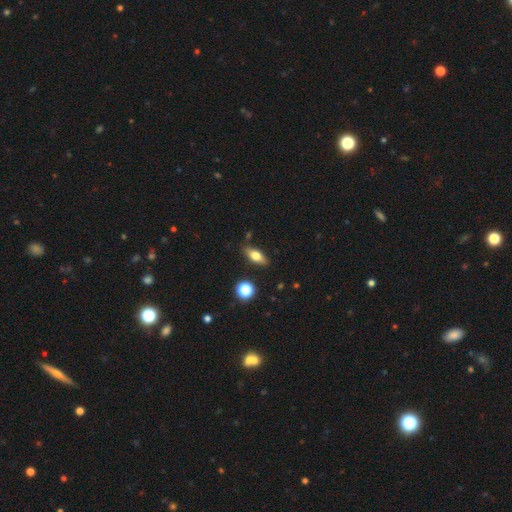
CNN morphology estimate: Smooth or featured? smooth (65%)
How rounded? in between (71%)
Merging? none (84%)